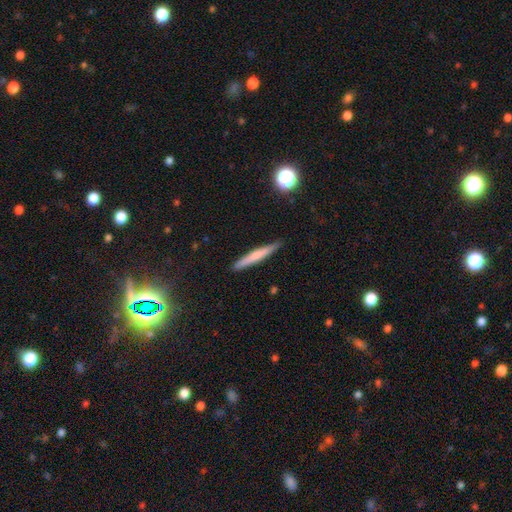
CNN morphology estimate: Smooth or featured?
  - smooth: 61% *
  - featured or disk: 33%
  - star or artifact: 7%
How rounded?
  - cigar-shaped: 95% *
  - in between: 3%
  - round: 1%
Merging?
  - none: 89% *
  - minor disturbance: 8%
  - major disturbance: 2%
  - merger: 1%